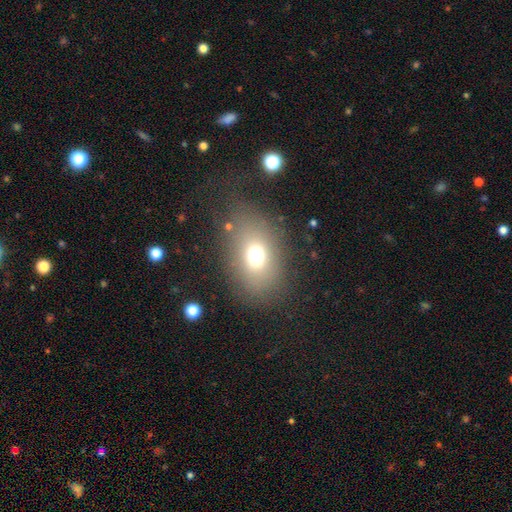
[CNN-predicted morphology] Smooth or featured?
  - smooth: 68% *
  - star or artifact: 17%
  - featured or disk: 15%
How rounded?
  - in between: 69% *
  - round: 30%
  - cigar-shaped: 2%
Merging?
  - none: 76% *
  - minor disturbance: 12%
  - major disturbance: 9%
  - merger: 3%